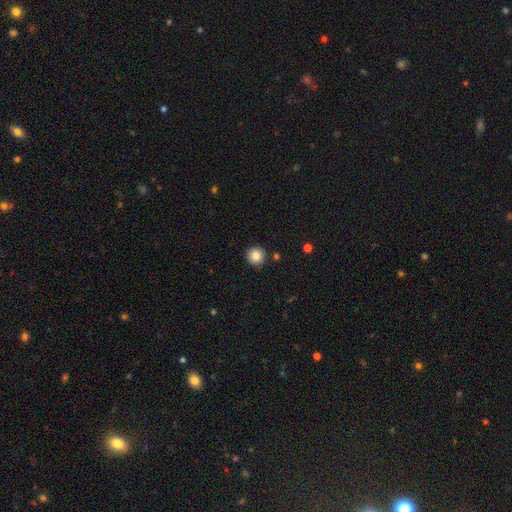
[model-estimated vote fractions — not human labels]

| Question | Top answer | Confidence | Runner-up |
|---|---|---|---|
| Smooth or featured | smooth | 85% | star or artifact (10%) |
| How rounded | round | 96% | in between (3%) |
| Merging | none | 91% | minor disturbance (6%) |